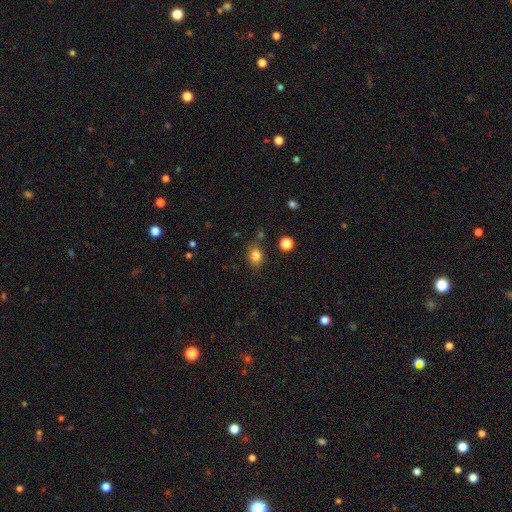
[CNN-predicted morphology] Smooth or featured? Predicted: smooth (p=0.82). How rounded? Predicted: in between (p=0.57). Merging? Predicted: none (p=0.77).